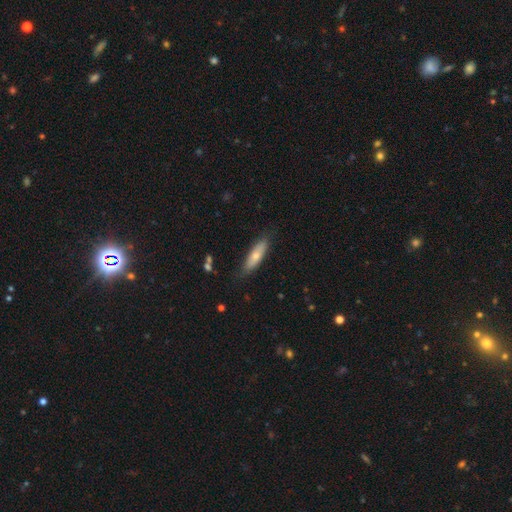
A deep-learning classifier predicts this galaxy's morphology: This appears to be a smooth galaxy with no disk features (68%) that is cigar-shaped (52%). Merging: none (80%).